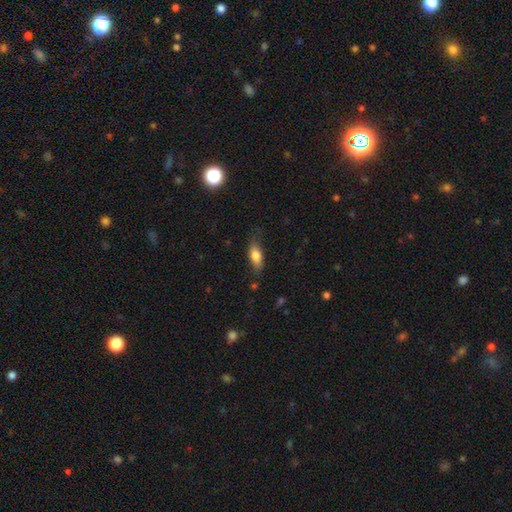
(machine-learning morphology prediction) A smooth galaxy with no disk features (76%) that is in between round and cigar-shaped (74%).

Vote fractions:
- Smooth or featured? smooth: 76% / featured or disk: 16% / star or artifact: 7%
- How rounded? in between: 74% / cigar-shaped: 22% / round: 3%
- Merging? none: 66% / minor disturbance: 24% / major disturbance: 7% / merger: 2%